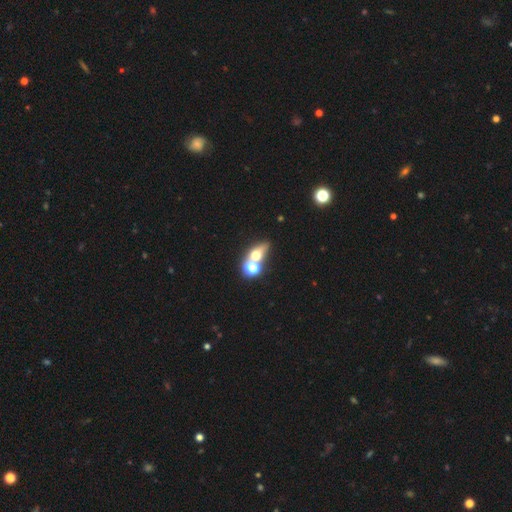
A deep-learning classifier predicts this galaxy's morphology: A smooth galaxy with no disk features (53%) that is in between round and cigar-shaped (48%). Merging: merger (43%).